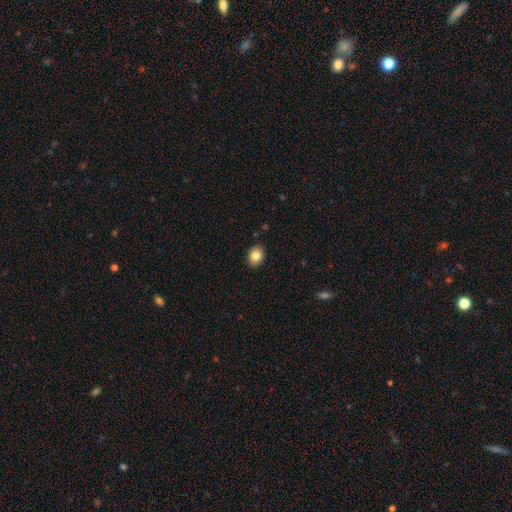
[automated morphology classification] Overall: smooth (83%). How rounded: in between (59%; round 40%). Merging: none (90%).